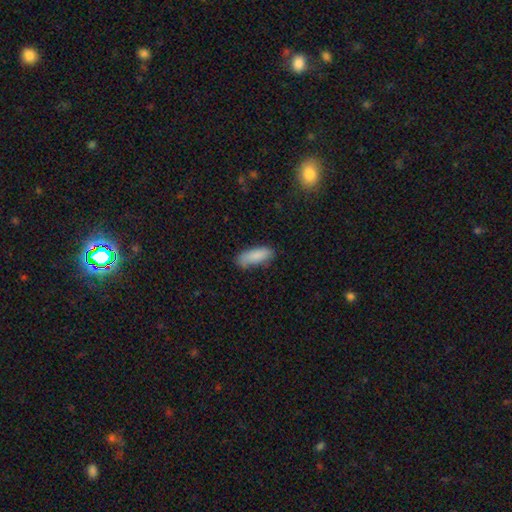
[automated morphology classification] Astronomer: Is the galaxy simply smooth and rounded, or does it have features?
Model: smooth — 86%.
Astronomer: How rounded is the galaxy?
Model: in between — 73%.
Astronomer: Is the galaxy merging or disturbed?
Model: none — 73%.